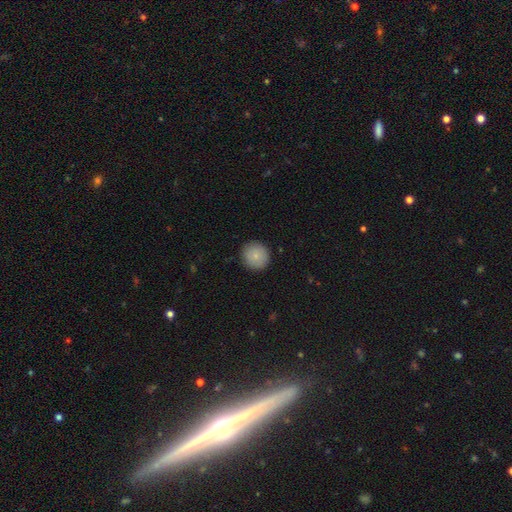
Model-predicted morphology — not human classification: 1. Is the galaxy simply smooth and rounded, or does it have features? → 84% smooth, 9% featured or disk, 8% star or artifact.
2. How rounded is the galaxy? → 93% round, 6% in between, 1% cigar-shaped.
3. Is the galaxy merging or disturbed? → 89% none, 8% minor disturbance, 2% major disturbance, 1% merger.